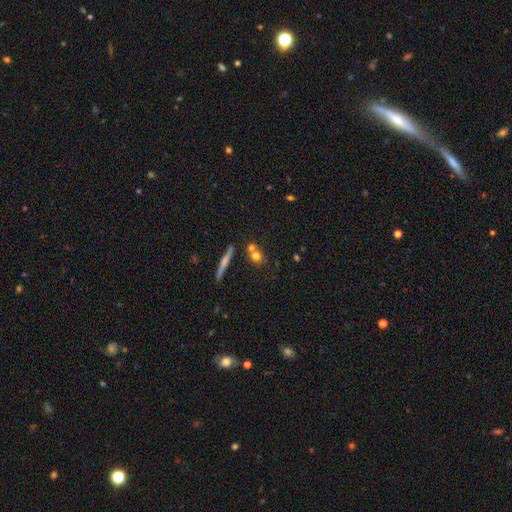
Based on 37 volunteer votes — smooth_or_featured: smooth (p=0.68) [alt: featured or disk p=0.24]
how_rounded: round (p=0.76) [alt: in between p=0.16]
merging: none (p=0.56) [alt: merger p=0.41]